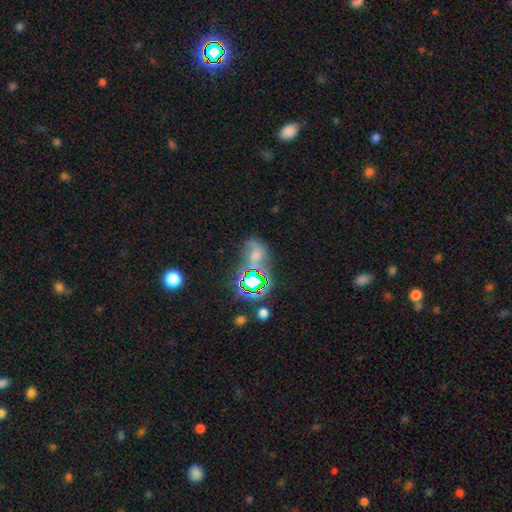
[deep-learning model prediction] Smooth or featured?
  - star or artifact: 47% *
  - featured or disk: 30%
  - smooth: 23%